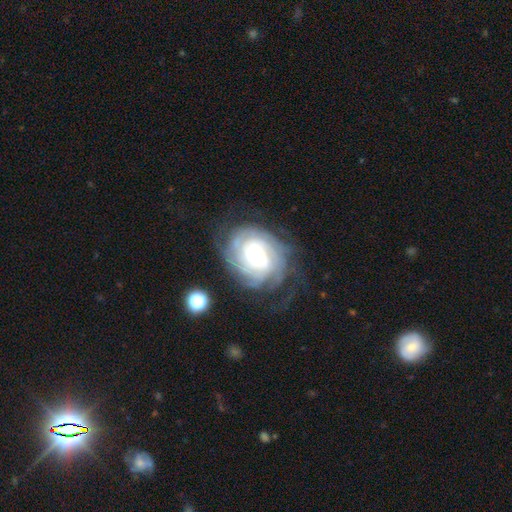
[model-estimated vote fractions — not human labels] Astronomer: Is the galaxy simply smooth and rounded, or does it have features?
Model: featured or disk — 84%.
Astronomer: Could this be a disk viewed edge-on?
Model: no — 97%.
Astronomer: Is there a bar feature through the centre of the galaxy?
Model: no — 73%.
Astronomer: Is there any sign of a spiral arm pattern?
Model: yes — 97%.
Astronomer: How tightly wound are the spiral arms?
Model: tight — 76%.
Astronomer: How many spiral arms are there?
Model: can't tell — 36% (runner-up: 4, 18%).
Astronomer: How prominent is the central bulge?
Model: small — 57%.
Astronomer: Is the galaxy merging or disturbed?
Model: none — 65%.